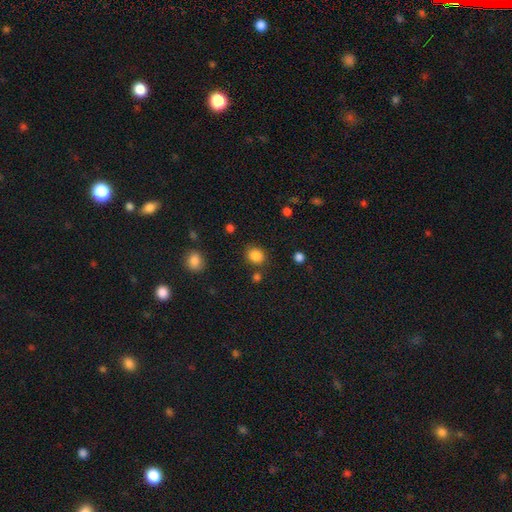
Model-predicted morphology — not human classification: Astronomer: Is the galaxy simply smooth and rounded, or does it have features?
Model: smooth — 85%.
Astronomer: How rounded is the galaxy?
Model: round — 70%.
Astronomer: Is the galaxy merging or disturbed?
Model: none — 81%.